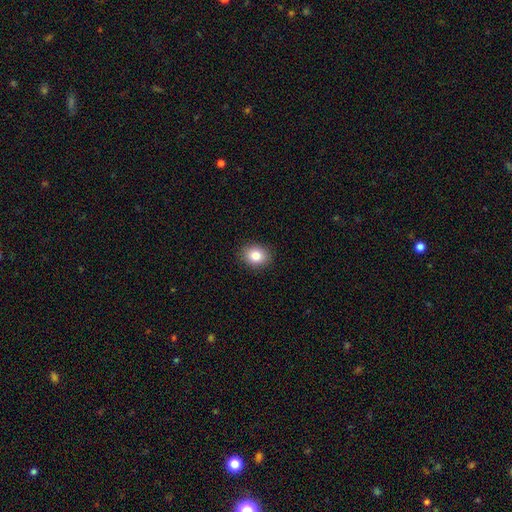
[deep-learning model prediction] Overall: smooth (83%). How rounded: in between (52%; round 47%). Merging: none (90%).